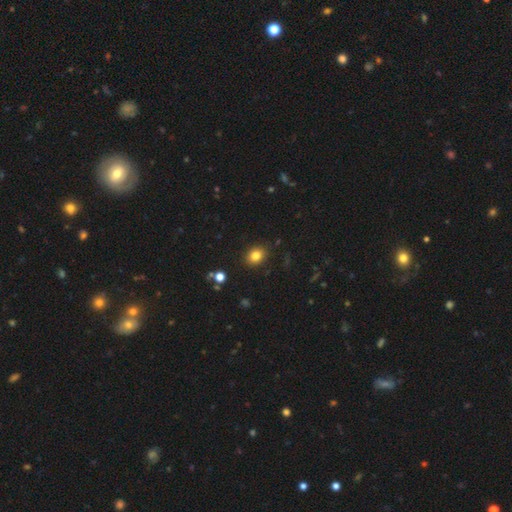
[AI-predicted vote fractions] A smooth galaxy with no disk features (82%) that is round (56%). Merging: none (88%).